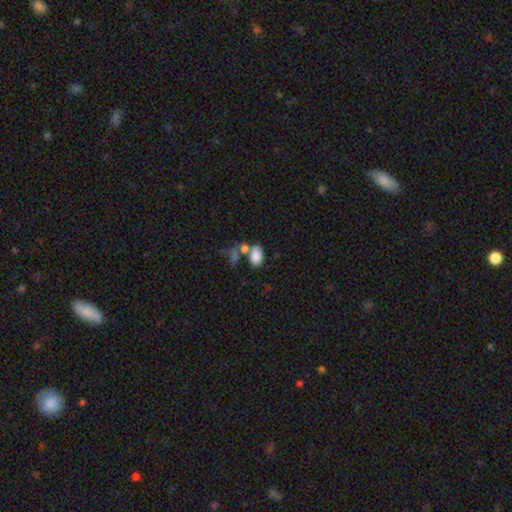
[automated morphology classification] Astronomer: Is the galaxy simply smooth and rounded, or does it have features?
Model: smooth — 84%.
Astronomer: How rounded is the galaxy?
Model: in between — 91%.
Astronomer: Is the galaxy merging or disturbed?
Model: none — 44% (runner-up: merger, 37%).